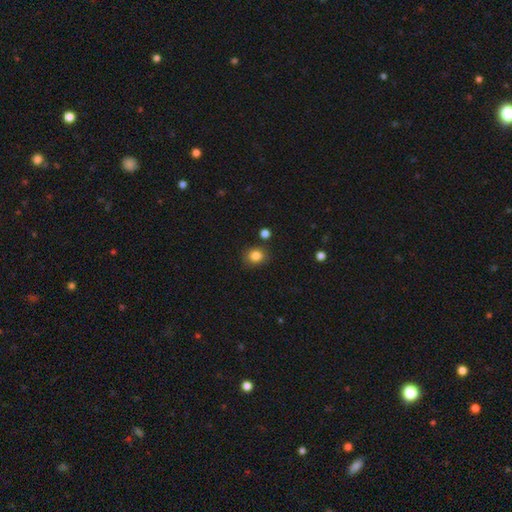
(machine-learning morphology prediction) Smooth or featured? smooth (84%)
How rounded? round (73%)
Merging? none (84%)